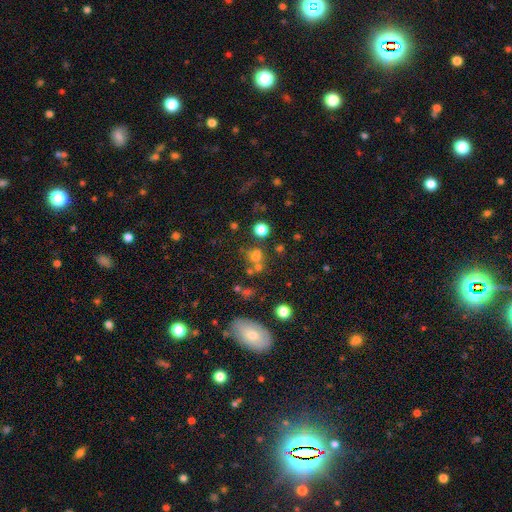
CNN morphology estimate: This appears to be a smooth galaxy with no disk features (61%) that is round (73%). Merging: none (52%).